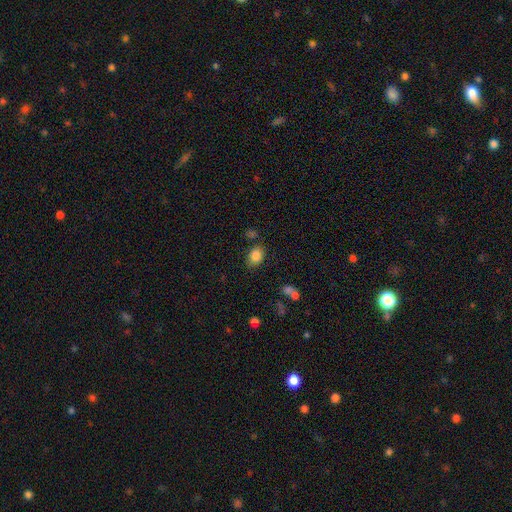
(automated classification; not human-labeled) Smooth or featured? smooth (85%)
How rounded? in between (65%)
Merging? none (72%)